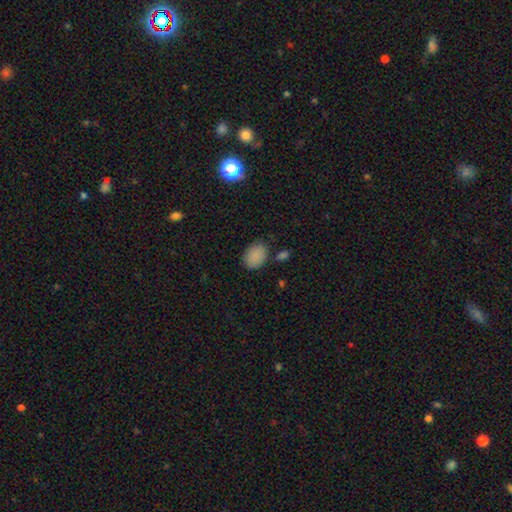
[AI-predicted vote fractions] Smooth or featured: smooth — 88% (star or artifact — 9%)
How rounded: in between — 77% (round — 22%)
Merging: none — 78% (minor disturbance — 14%)